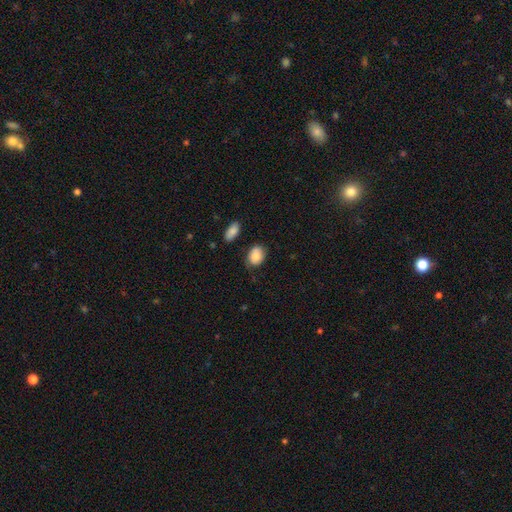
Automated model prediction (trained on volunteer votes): A smooth galaxy with no disk features (82%) that is in between round and cigar-shaped (71%).

Vote fractions:
- Smooth or featured? smooth: 82% / featured or disk: 10% / star or artifact: 7%
- How rounded? in between: 71% / round: 28% / cigar-shaped: 1%
- Merging? none: 69% / minor disturbance: 22% / major disturbance: 5% / merger: 4%